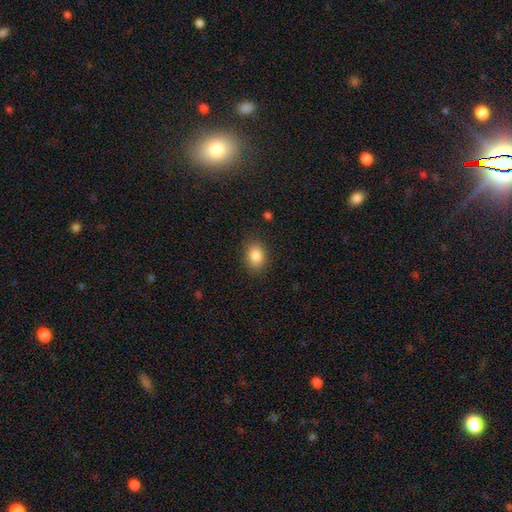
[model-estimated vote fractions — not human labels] Morphology: type=smooth (86%); roundness=in between (68%); merging=none (87%).